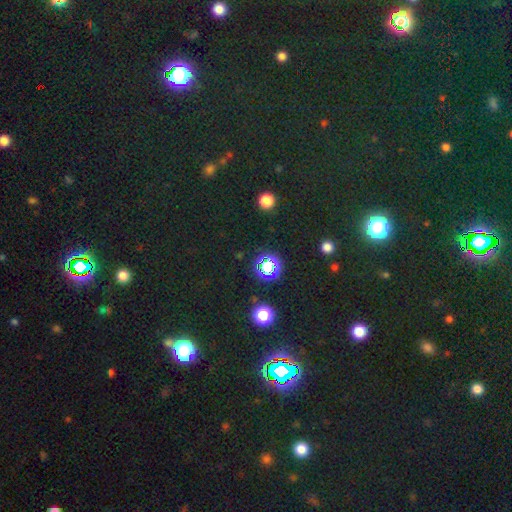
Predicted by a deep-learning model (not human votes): smooth-or-featured: star or artifact: 72% | smooth: 20% | featured or disk: 9%